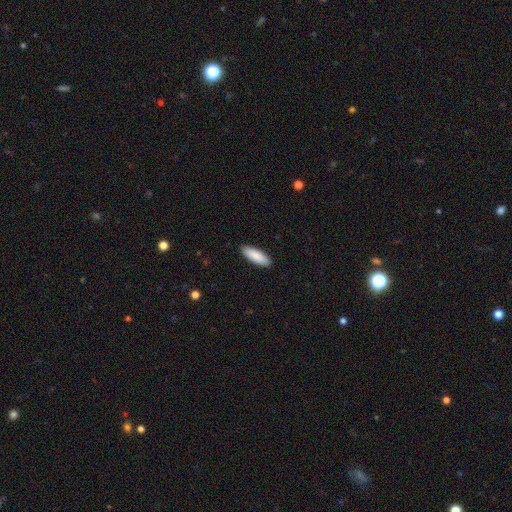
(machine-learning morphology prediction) This is clearly a smooth galaxy (90%). How rounded: likely in between (62%). Merging: clearly none (90%).